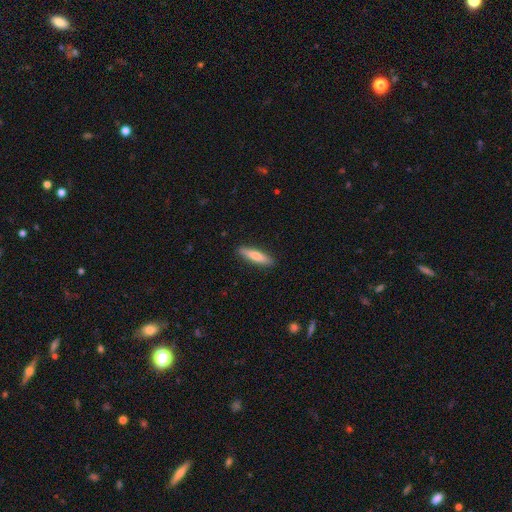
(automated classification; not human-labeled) This appears to be a smooth galaxy with no disk features (73%) that is cigar-shaped (78%). Merging: none (90%).